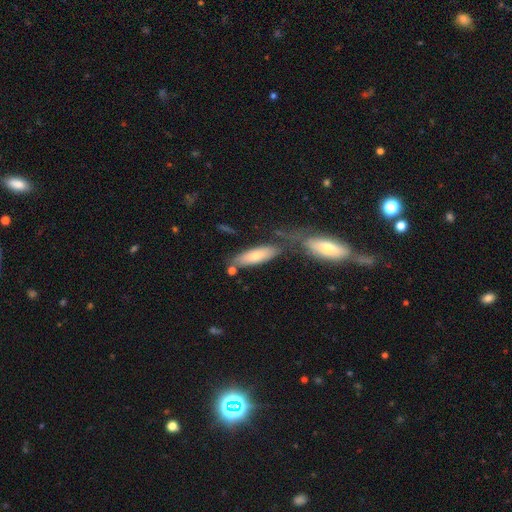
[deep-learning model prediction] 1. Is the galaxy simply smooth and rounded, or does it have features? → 70% smooth, 24% featured or disk, 6% star or artifact.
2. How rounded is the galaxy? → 54% in between, 44% cigar-shaped, 2% round.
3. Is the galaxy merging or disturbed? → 55% none, 22% merger, 17% minor disturbance, 6% major disturbance.